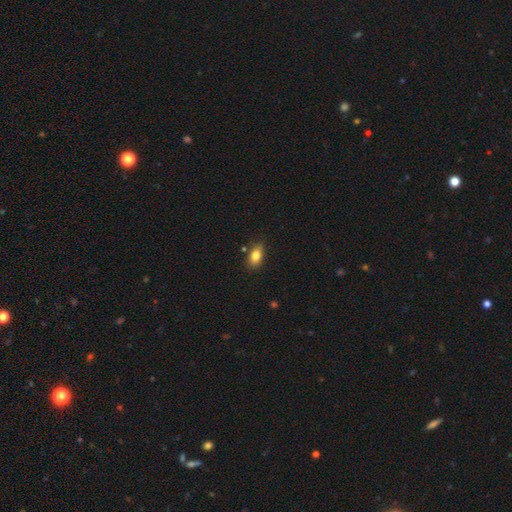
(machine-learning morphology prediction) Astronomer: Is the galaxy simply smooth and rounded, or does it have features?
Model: smooth — 82%.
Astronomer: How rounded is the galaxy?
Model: in between — 87%.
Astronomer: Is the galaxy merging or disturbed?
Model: none — 79%.